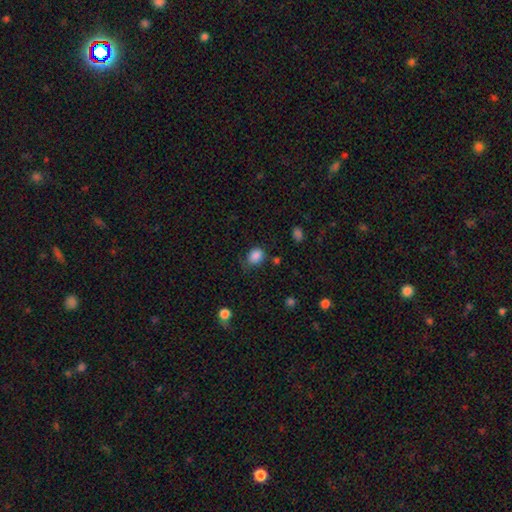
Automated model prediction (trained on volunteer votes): smooth 86%, star or artifact 10%, featured or disk 5%. Down the decision tree: how rounded — in between (51%); merging — none (62%).